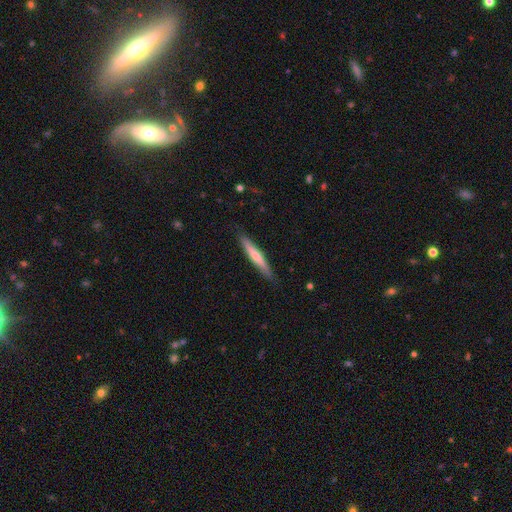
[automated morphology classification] type=smooth (61%); roundness=cigar-shaped (94%); merging=none (87%).